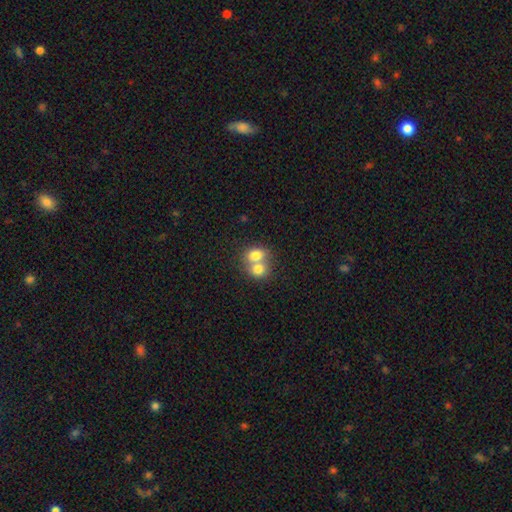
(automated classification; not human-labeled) Q: Smooth or featured?
A: smooth (76%); runner-up: featured or disk (16%)
Q: How rounded?
A: round (52%); runner-up: in between (47%)
Q: Merging?
A: merger (71%); runner-up: none (22%)